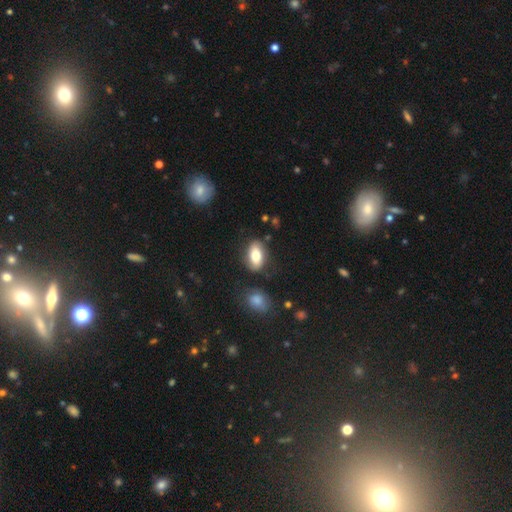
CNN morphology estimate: smooth-or-featured: smooth: 77% | featured or disk: 17% | star or artifact: 7%
  how-rounded: in between: 89% | round: 6% | cigar-shaped: 5%
  merging: none: 79% | minor disturbance: 13% | merger: 4% | major disturbance: 4%